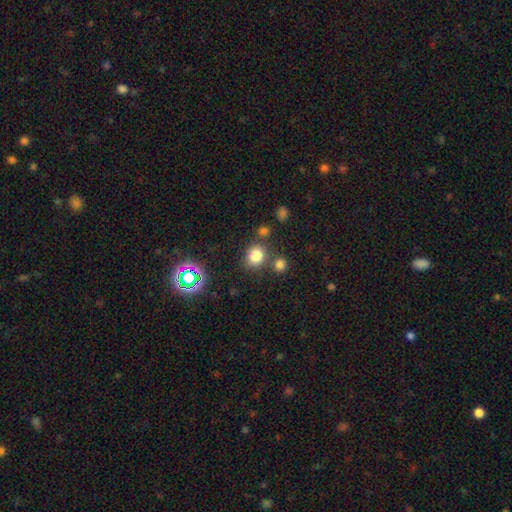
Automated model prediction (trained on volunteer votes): Smooth or featured: smooth — 77% (star or artifact — 16%)
How rounded: round — 73% (in between — 26%)
Merging: none — 71% (merger — 13%)